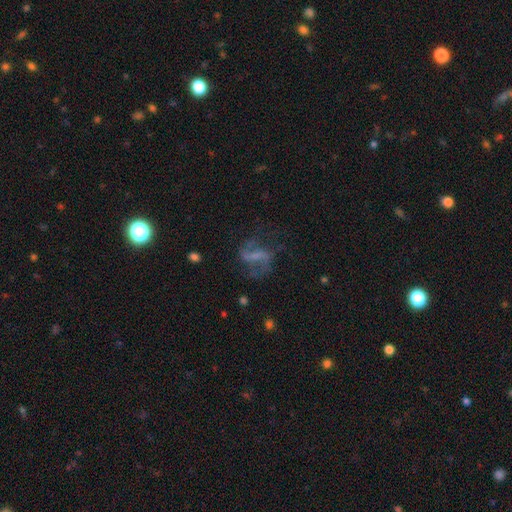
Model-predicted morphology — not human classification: This appears to be a featured or disk galaxy (73%) with a weak bar (41%), 2 (85%) loose (58%) spiral arms (87%) and no central bulge (44%). Merging: none (58%).